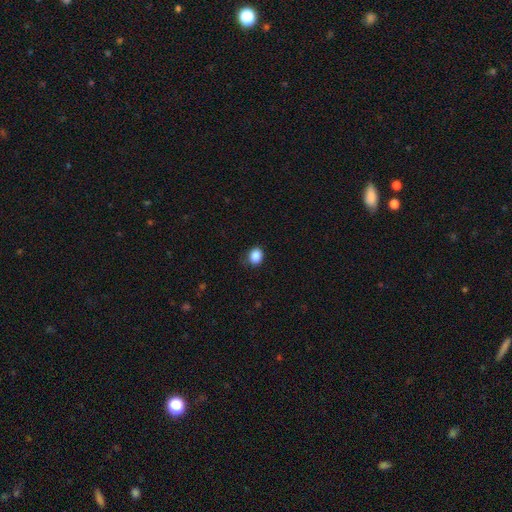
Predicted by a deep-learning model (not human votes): Smooth or featured: smooth — 88% (star or artifact — 9%)
How rounded: round — 57% (in between — 42%)
Merging: none — 81% (minor disturbance — 15%)